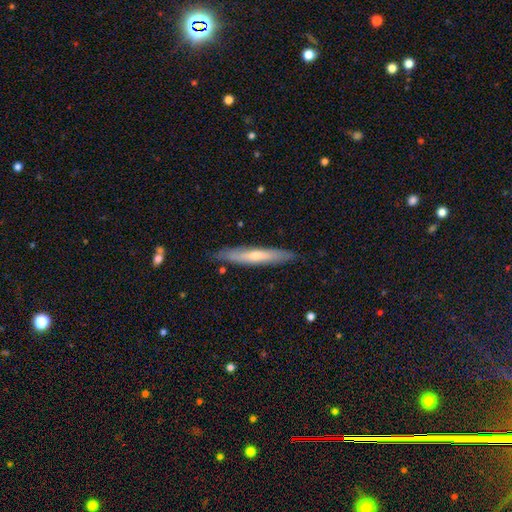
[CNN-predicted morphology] Smooth or featured?
  - smooth: 50% *
  - featured or disk: 45%
  - star or artifact: 6%
Merging?
  - none: 86% *
  - minor disturbance: 11%
  - major disturbance: 2%
  - merger: 1%